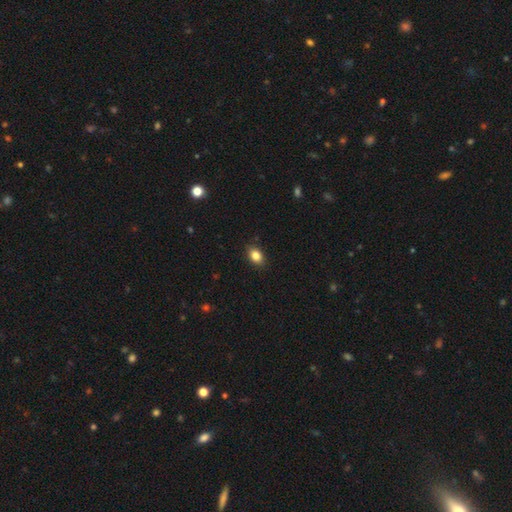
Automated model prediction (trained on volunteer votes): This is clearly a smooth galaxy (85%). How rounded: likely in between (74%). Merging: clearly none (87%).